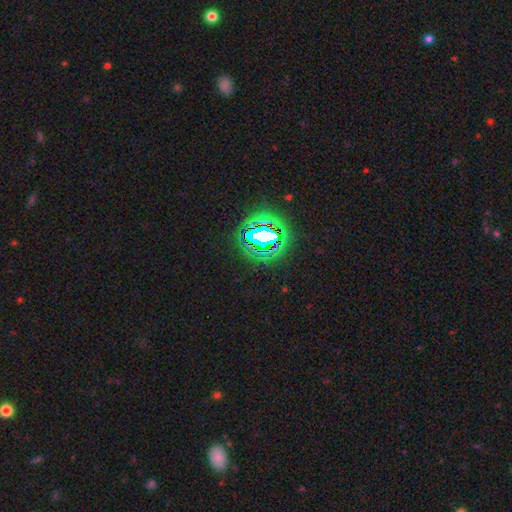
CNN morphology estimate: This appears to be a star or artifact, not a galaxy (80%).